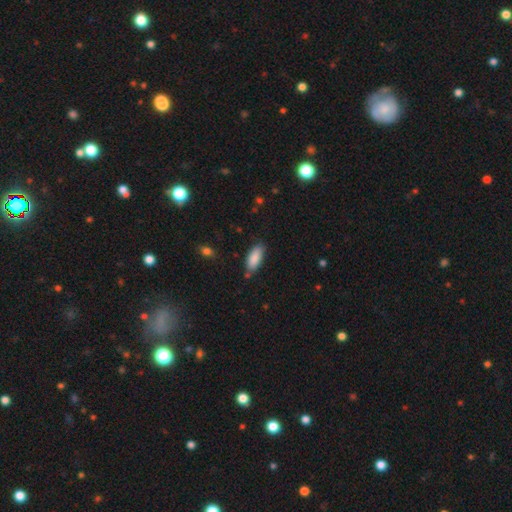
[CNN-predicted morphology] type=smooth (87%); roundness=in between (77%); merging=none (79%).